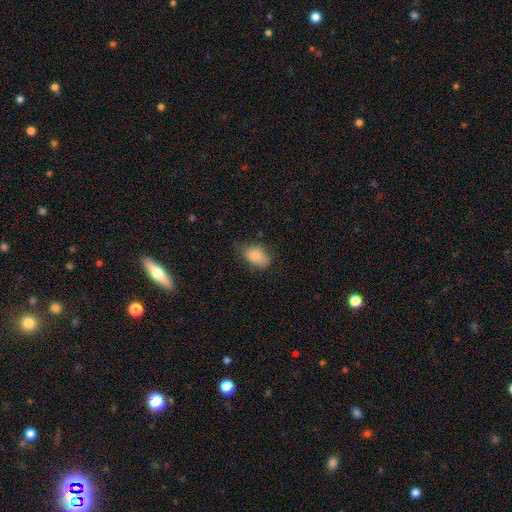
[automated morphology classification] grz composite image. It shows a smooth galaxy with no disk features (84%) that is in between round and cigar-shaped (88%). Merging: none (64%).